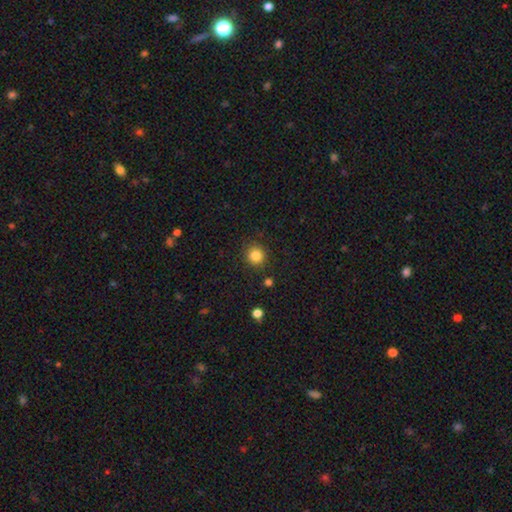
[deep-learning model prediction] Smooth or featured? smooth (84%)
How rounded? round (89%)
Merging? none (88%)